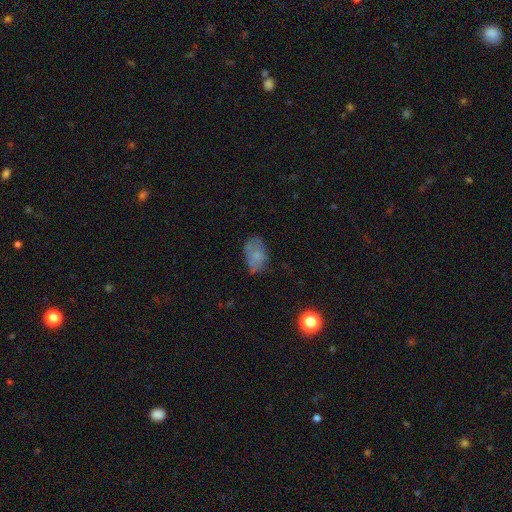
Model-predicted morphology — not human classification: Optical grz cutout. It shows a smooth galaxy with no disk features (70%) that is in between round and cigar-shaped (88%). Merging: none (60%).